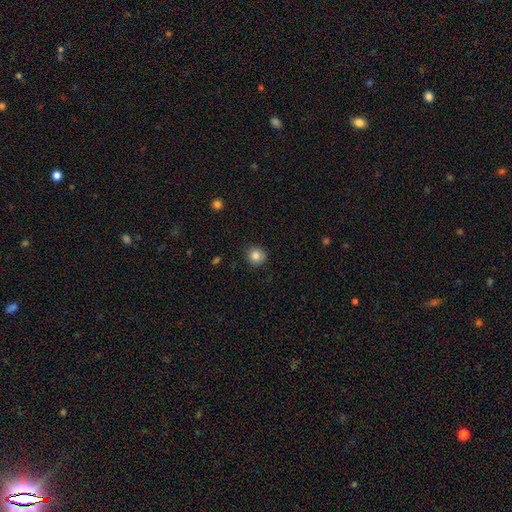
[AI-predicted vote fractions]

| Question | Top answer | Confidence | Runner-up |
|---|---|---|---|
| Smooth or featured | smooth | 84% | star or artifact (10%) |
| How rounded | round | 92% | in between (7%) |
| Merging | none | 88% | minor disturbance (9%) |